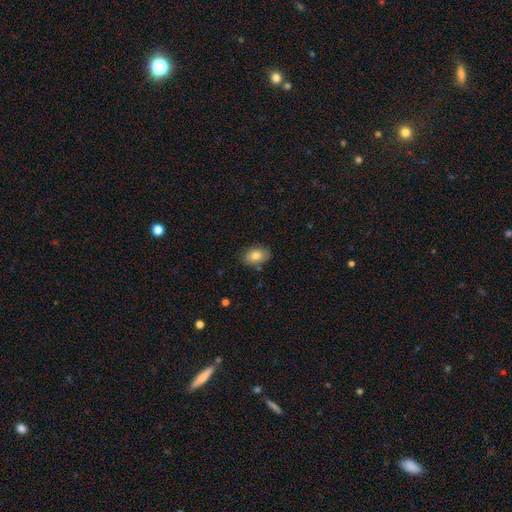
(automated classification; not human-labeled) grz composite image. It shows a smooth galaxy with no disk features (80%) that is in between round and cigar-shaped (80%). Merging: none (82%).